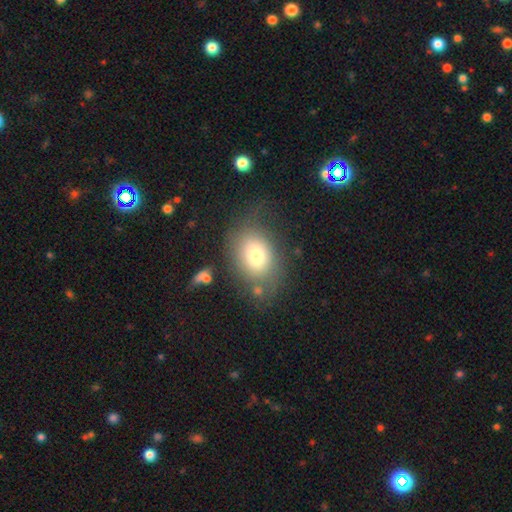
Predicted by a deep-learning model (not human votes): smooth 72%, featured or disk 18%, star or artifact 10%. Down the decision tree: how rounded — in between (69%); merging — none (60%).